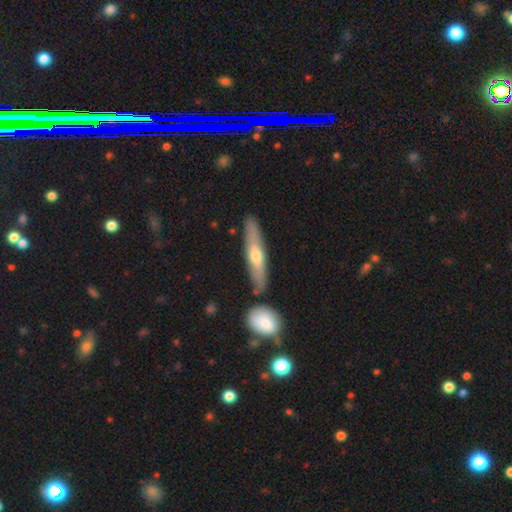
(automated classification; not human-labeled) Q: Smooth or featured?
A: featured or disk (49%); runner-up: smooth (45%)
Q: Merging?
A: none (81%); runner-up: minor disturbance (11%)